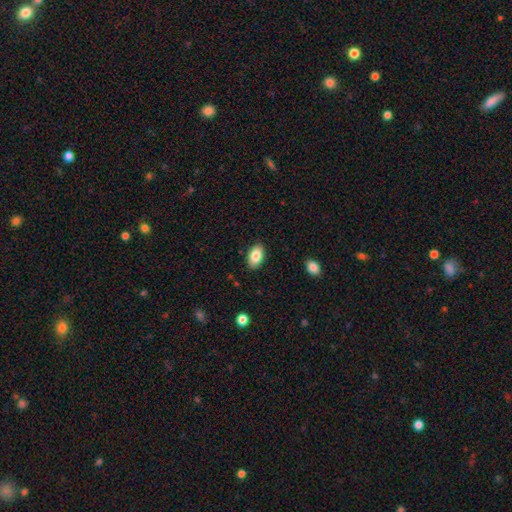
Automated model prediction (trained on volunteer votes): The model was most divided on "smooth or featured": smooth: 85%, featured or disk: 8%, star or artifact: 7%. More confident: how rounded — in between (93%); merging — none (87%).